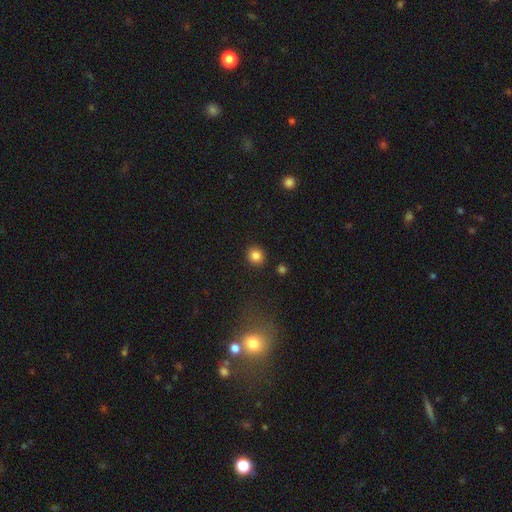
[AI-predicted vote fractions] Morphology: type=smooth (84%); roundness=round (86%); merging=none (90%).